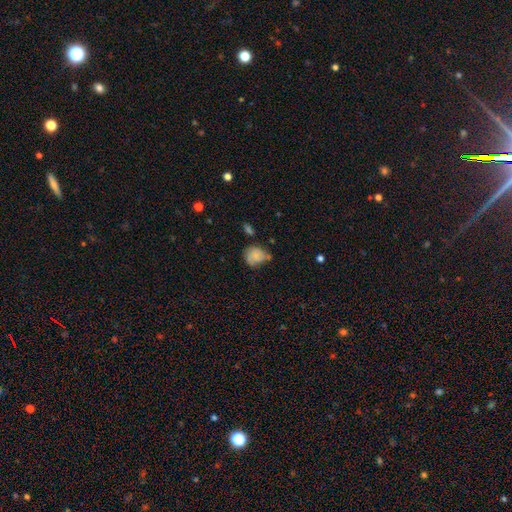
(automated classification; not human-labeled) Smooth or featured?
  - smooth: 72% *
  - featured or disk: 18%
  - star or artifact: 10%
How rounded?
  - round: 66% *
  - in between: 33%
  - cigar-shaped: 1%
Merging?
  - none: 40% *
  - minor disturbance: 37%
  - major disturbance: 14%
  - merger: 9%